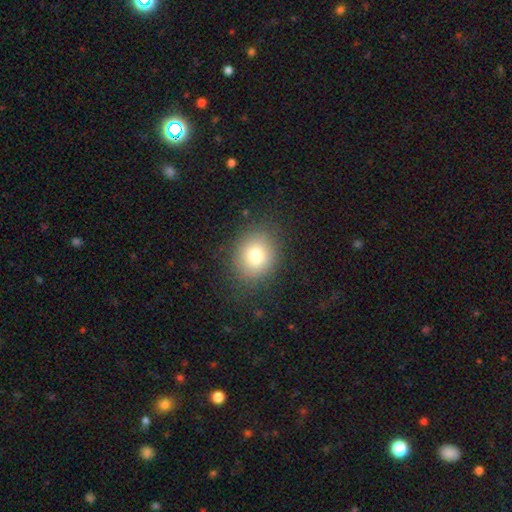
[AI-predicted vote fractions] Q: Smooth or featured?
A: smooth (78%); runner-up: star or artifact (11%)
Q: How rounded?
A: round (60%); runner-up: in between (39%)
Q: Merging?
A: none (83%); runner-up: minor disturbance (11%)